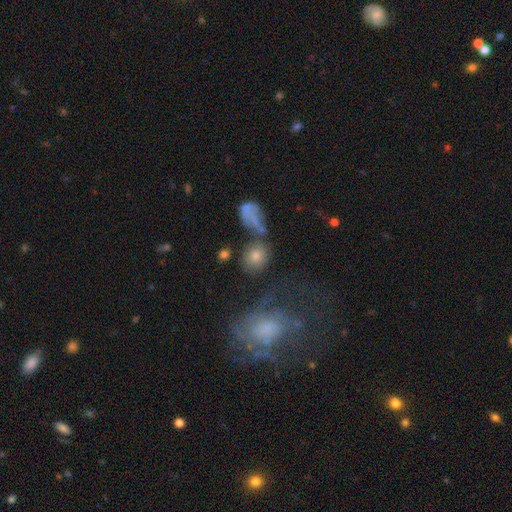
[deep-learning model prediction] This appears to be a smooth galaxy with no disk features (64%) that is round (66%). Merging: none (56%).